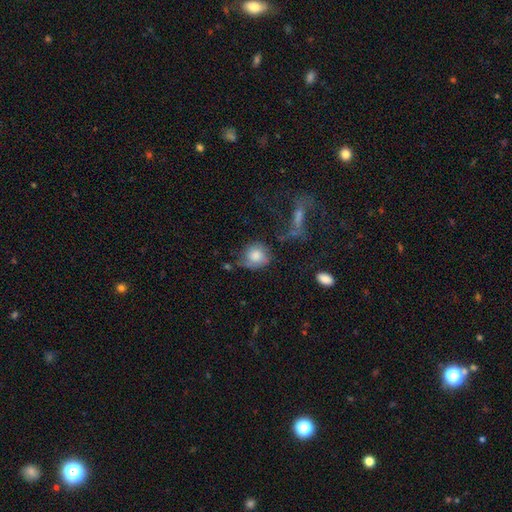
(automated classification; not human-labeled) smooth 74%, featured or disk 17%, star or artifact 9%. Down the decision tree: how rounded — round (74%); merging — none (45%).